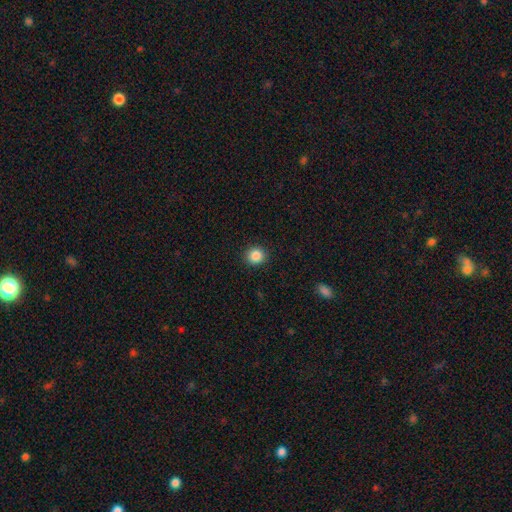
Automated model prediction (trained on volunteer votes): Smooth or featured: smooth — 87% (star or artifact — 10%)
How rounded: round — 89% (in between — 10%)
Merging: none — 92% (minor disturbance — 5%)